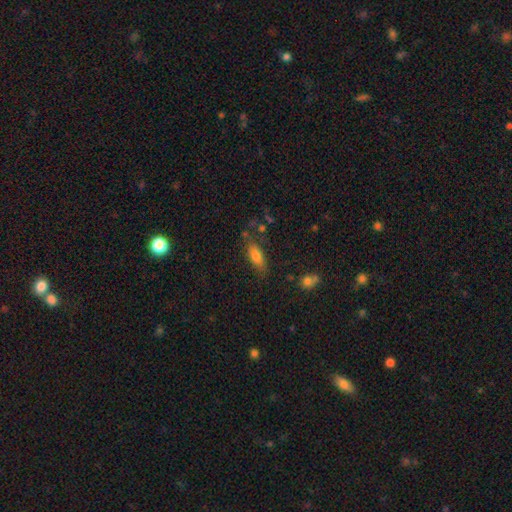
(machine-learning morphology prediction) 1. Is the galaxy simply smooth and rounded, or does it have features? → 75% smooth, 15% featured or disk, 9% star or artifact.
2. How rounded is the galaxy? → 73% in between, 24% cigar-shaped, 3% round.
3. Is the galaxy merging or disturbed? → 68% none, 19% minor disturbance, 7% major disturbance, 6% merger.